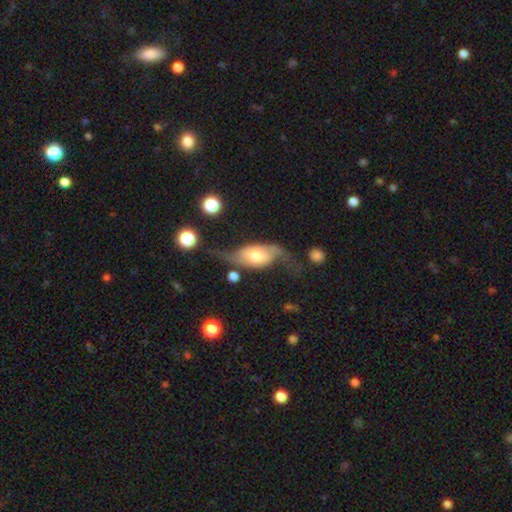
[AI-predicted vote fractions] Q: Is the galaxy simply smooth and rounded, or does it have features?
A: featured or disk — 70%.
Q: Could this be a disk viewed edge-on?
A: no — 85%.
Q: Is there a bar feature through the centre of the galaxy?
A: no — 61%.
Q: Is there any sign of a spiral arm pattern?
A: yes — 87%.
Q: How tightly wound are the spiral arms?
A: loose — 83%.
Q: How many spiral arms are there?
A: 2 — 89%.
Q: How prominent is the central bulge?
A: moderate — 57%.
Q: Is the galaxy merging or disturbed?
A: none — 43%.